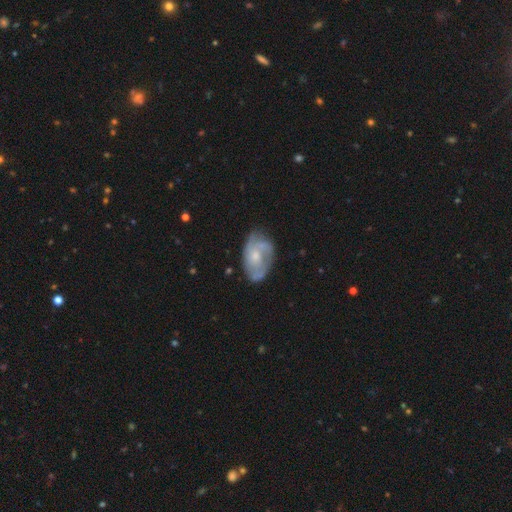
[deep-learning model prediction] The model was most divided on "spiral winding": medium: 42%, tight: 41%, loose: 17%. Remaining: edge-on disk — no (96%); spiral arms — yes (82%); bar — no (75%); smooth or featured — featured or disk (71%); merging — none (64%); bulge size — moderate (48%); spiral arm count — can't tell (34%).